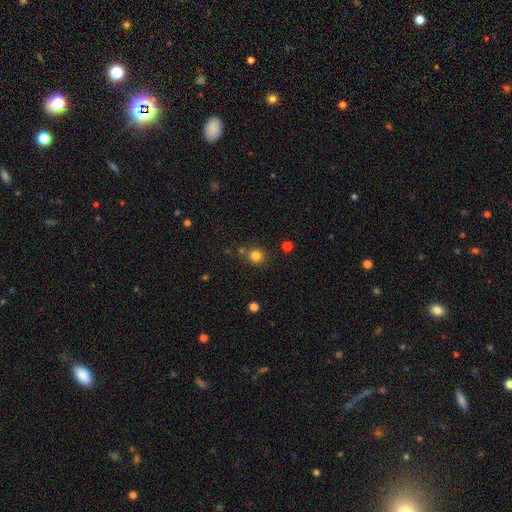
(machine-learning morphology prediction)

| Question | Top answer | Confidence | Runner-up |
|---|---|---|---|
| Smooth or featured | smooth | 81% | star or artifact (14%) |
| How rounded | round | 88% | in between (11%) |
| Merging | none | 78% | minor disturbance (10%) |